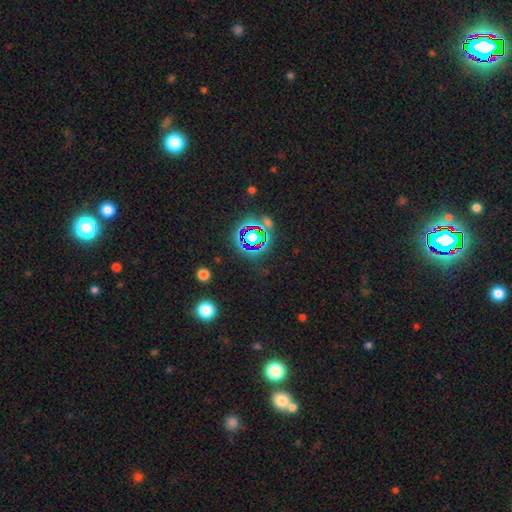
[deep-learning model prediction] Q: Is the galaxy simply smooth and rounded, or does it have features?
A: star or artifact — 74%.